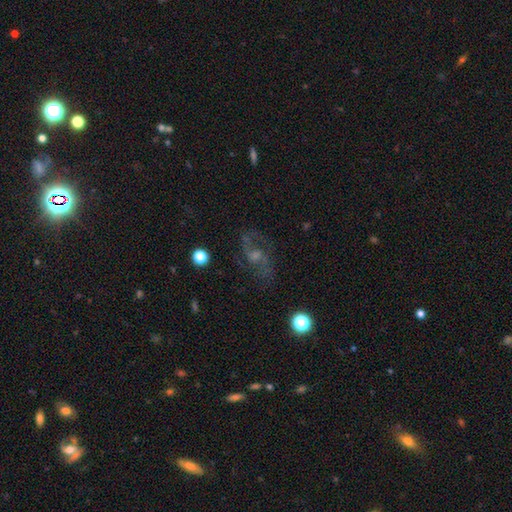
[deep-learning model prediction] Smooth or featured: featured or disk — 72% (star or artifact — 15%)
Edge-on disk: no — 96% (yes — 4%)
Bar: no — 50% (weak — 42%)
Spiral arms: yes — 90% (no — 10%)
Spiral winding: medium — 46% (loose — 43%)
Spiral arm count: 2 — 84% (can't tell — 7%)
Bulge size: moderate — 43% (small — 39%)
Merging: none — 72% (minor disturbance — 14%)